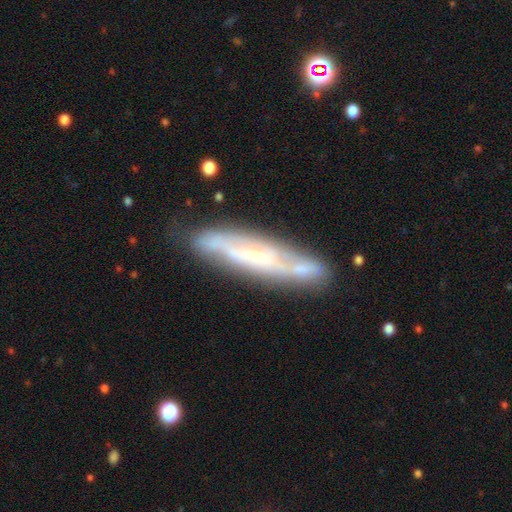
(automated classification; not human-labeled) Q: Smooth or featured?
A: featured or disk (66%); runner-up: smooth (27%)
Q: Edge-on disk?
A: yes (58%); runner-up: no (42%)
Q: Merging?
A: none (75%); runner-up: minor disturbance (17%)